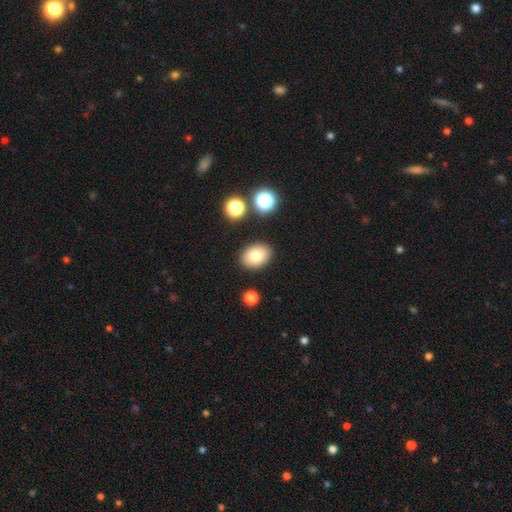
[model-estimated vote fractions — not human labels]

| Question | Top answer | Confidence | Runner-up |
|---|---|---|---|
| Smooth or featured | smooth | 80% | featured or disk (10%) |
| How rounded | in between | 75% | round (24%) |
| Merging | none | 87% | minor disturbance (8%) |